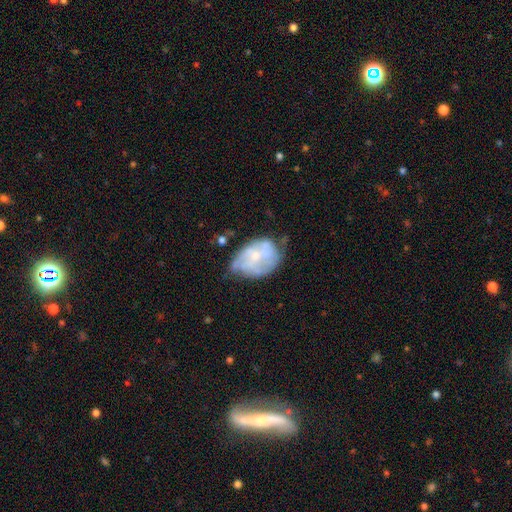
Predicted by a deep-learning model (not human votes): smooth-or-featured: featured or disk: 60% | smooth: 31% | star or artifact: 9%
  disk-edge-on: no: 97% | yes: 3%
    bar: no: 77% | weak: 19% | strong: 4%
    has-spiral-arms: no: 50% (tied) | yes: 50% (tied)
    bulge-size: small: 65% | moderate: 25% | none: 7% | large: 1% | dominant: 1%
  merging: none: 47% | minor disturbance: 32% | major disturbance: 15% | merger: 6%